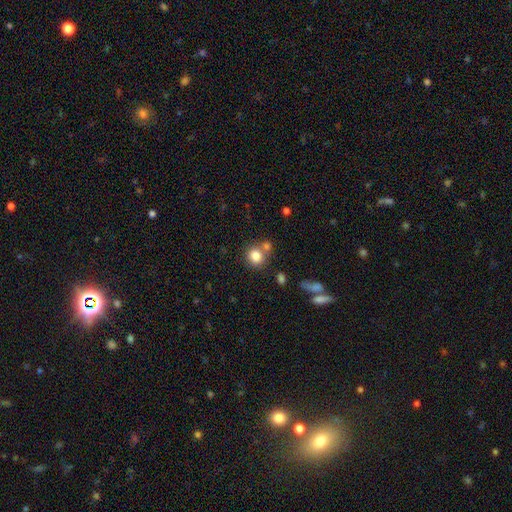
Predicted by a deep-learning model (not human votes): Smooth or featured: smooth — 81% (star or artifact — 10%)
How rounded: round — 79% (in between — 20%)
Merging: none — 59% (merger — 25%)